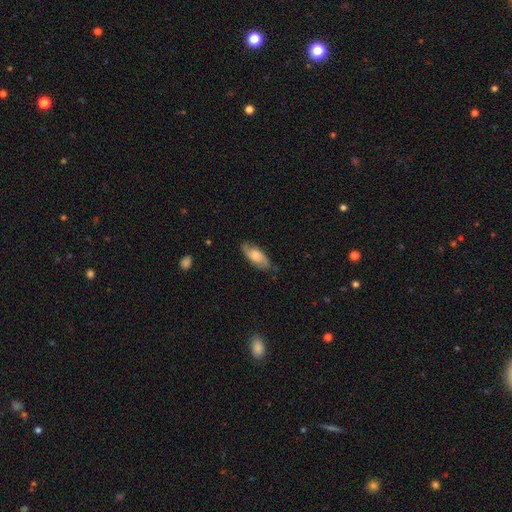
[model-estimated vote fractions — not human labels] A smooth galaxy with no disk features (52%) that is in between round and cigar-shaped (79%).

Vote fractions:
- Smooth or featured? smooth: 52% / featured or disk: 42% / star or artifact: 6%
- How rounded? in between: 79% / cigar-shaped: 18% / round: 3%
- Merging? none: 77% / minor disturbance: 18% / major disturbance: 4% / merger: 1%